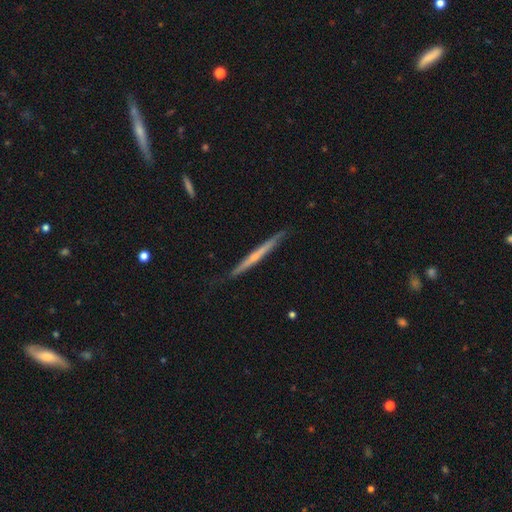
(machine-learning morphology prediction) smooth_or_featured: featured or disk (p=0.64) [alt: smooth p=0.31]
disk_edge_on: yes (p=0.97) [alt: no p=0.03]
edge_on_bulge: none (p=0.55) [alt: rounded p=0.41]
merging: none (p=0.83) [alt: minor disturbance p=0.13]